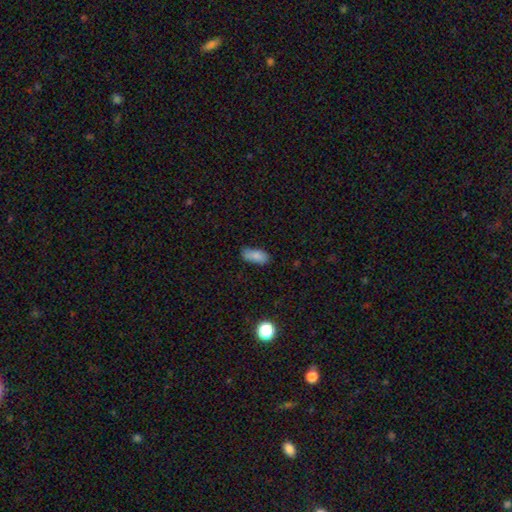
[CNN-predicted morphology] type=smooth (85%); roundness=in between (84%); merging=none (70%).